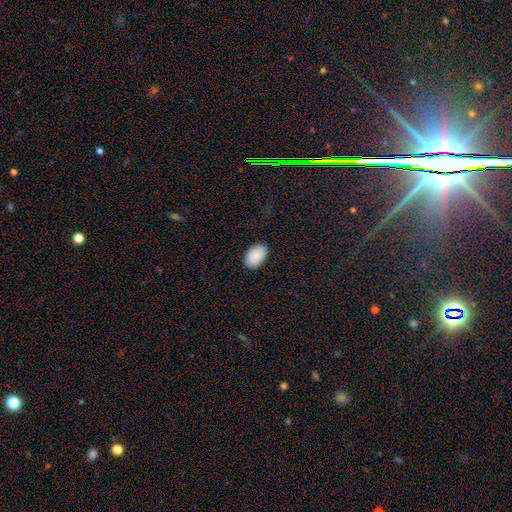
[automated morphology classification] smooth 90%, star or artifact 6%, featured or disk 4%. Down the decision tree: how rounded — in between (90%); merging — none (88%).